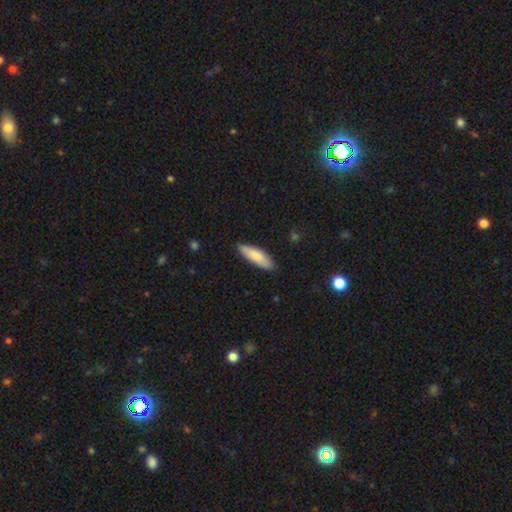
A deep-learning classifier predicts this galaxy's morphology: This is clearly a smooth galaxy (81%). How rounded: possibly cigar-shaped (53%). Merging: clearly none (84%).